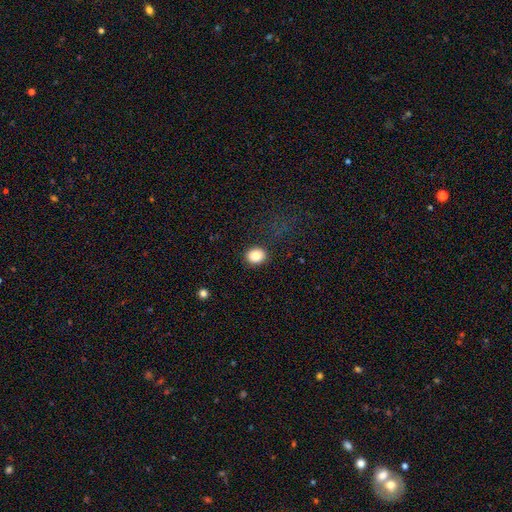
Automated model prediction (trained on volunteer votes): Morphology: type=smooth (87%); roundness=round (60%); merging=none (86%).